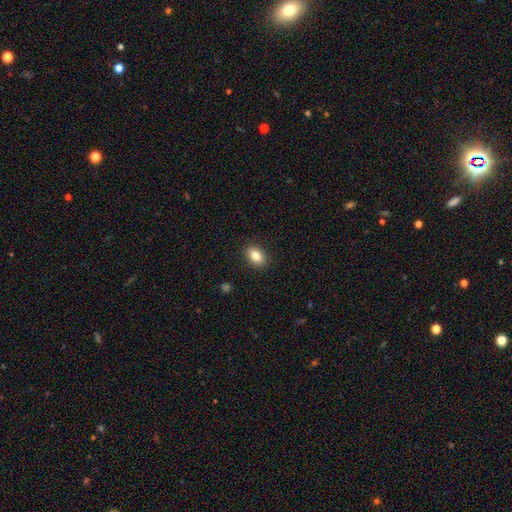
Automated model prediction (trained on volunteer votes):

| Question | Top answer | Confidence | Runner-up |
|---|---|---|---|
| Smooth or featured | smooth | 84% | star or artifact (8%) |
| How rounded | in between | 82% | round (17%) |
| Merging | none | 89% | minor disturbance (8%) |